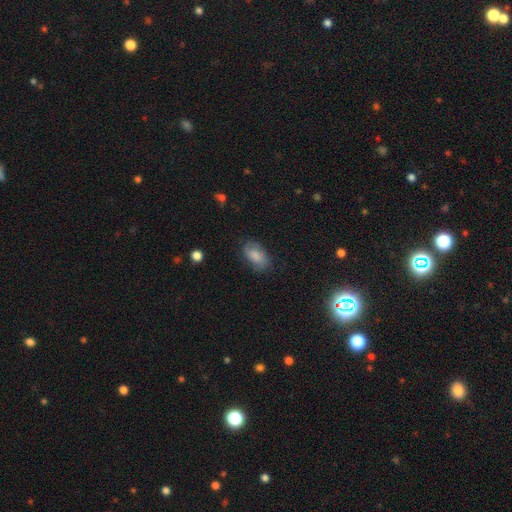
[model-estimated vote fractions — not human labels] smooth_or_featured: smooth (p=0.76) [alt: featured or disk p=0.16]
how_rounded: in between (p=0.92) [alt: round p=0.06]
merging: none (p=0.70) [alt: minor disturbance p=0.22]